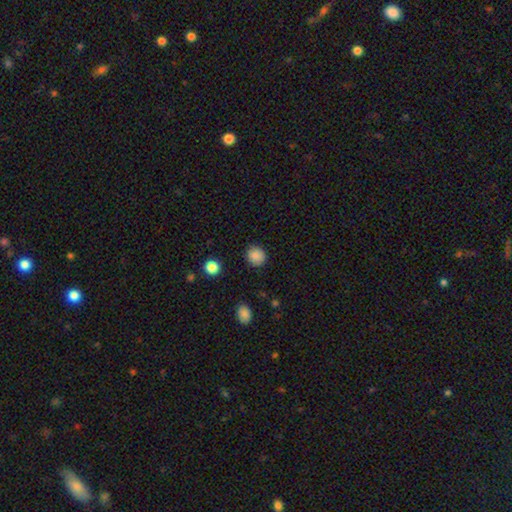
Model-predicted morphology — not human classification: smooth_or_featured: smooth (p=0.86) [alt: star or artifact p=0.10]
how_rounded: round (p=0.83) [alt: in between p=0.16]
merging: none (p=0.87) [alt: minor disturbance p=0.09]